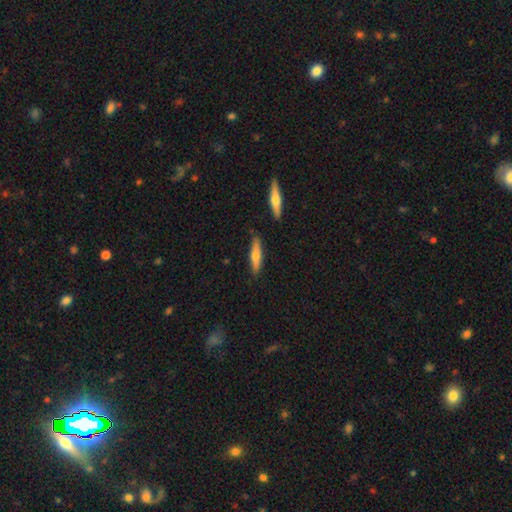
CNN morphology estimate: smooth-or-featured: smooth: 59% | featured or disk: 35% | star or artifact: 6%
  how-rounded: cigar-shaped: 80% | in between: 18% | round: 2%
  merging: none: 83% | minor disturbance: 11% | merger: 3% | major disturbance: 2%